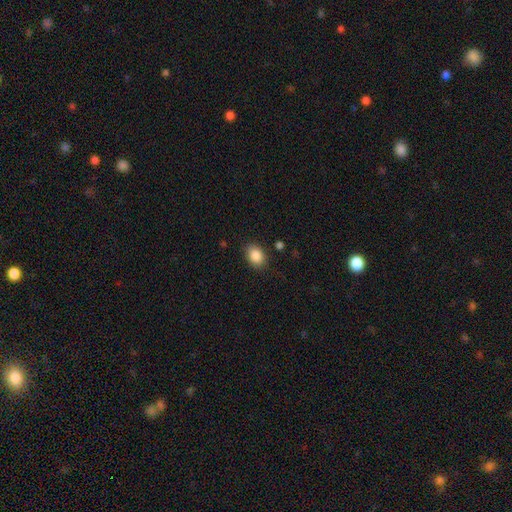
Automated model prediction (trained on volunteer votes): This appears to be a smooth galaxy with no disk features (87%) that is in between round and cigar-shaped (70%). Merging: none (85%).